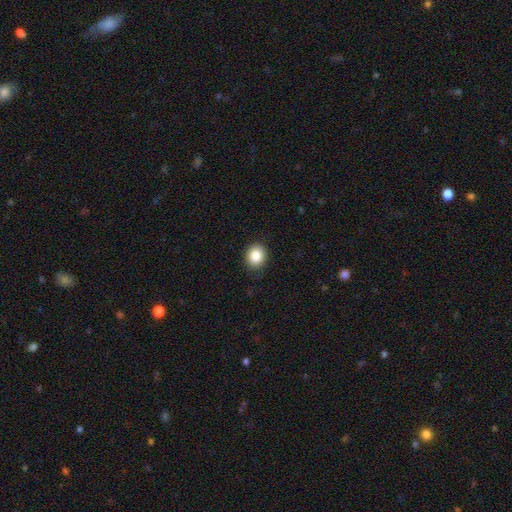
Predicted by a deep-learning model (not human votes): Smooth or featured? Predicted: smooth (p=0.86). How rounded? Predicted: round (p=0.63). Merging? Predicted: none (p=0.88).